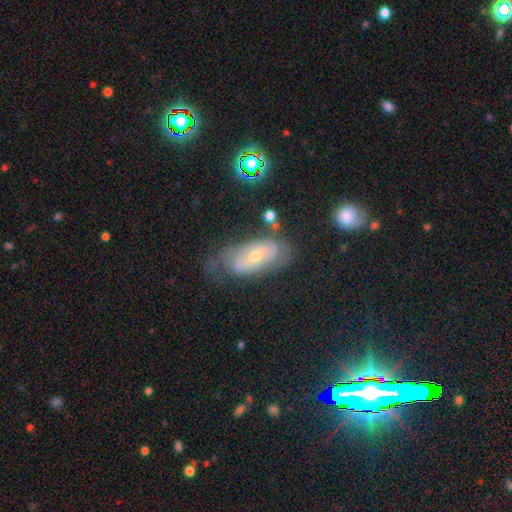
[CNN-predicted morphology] A featured or disk galaxy (63%) with no bar (64%), spiral arms (68%) and a small central bulge (54%). Merging: none (50%).